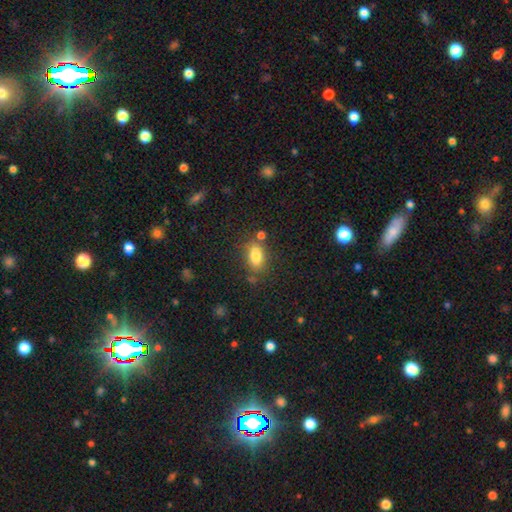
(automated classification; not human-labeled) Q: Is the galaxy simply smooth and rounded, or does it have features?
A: smooth — 82%.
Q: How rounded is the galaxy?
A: in between — 86%.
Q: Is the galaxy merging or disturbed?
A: none — 72%.